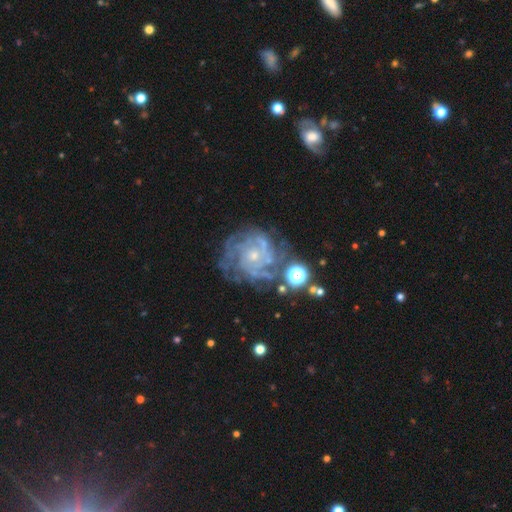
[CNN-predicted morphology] Smooth or featured? featured or disk (83%)
Edge-on disk? no (98%)
Bar? no (80%)
Spiral arms? yes (92%)
Spiral winding? tight (68%)
Spiral arm count? can't tell (37%)
Bulge size? small (72%)
Merging? none (65%)